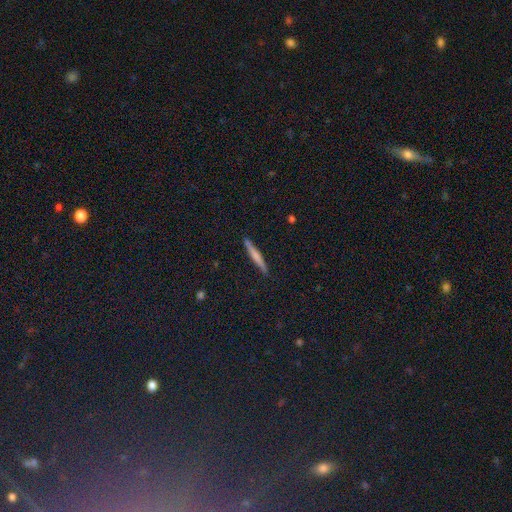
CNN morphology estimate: type=smooth (53%); roundness=cigar-shaped (95%); merging=none (90%).